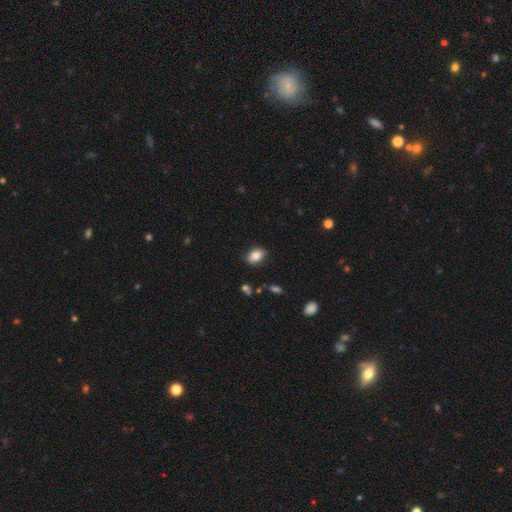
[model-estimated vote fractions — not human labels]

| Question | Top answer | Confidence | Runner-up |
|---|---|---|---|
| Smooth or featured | smooth | 82% | featured or disk (9%) |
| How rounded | in between | 84% | round (15%) |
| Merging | none | 86% | minor disturbance (10%) |